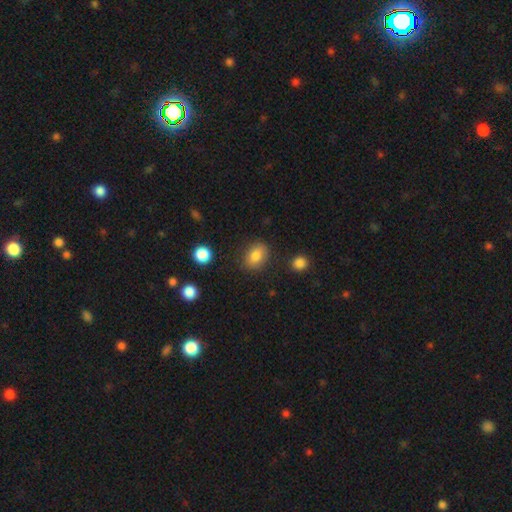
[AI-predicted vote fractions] Morphology: type=smooth (82%); roundness=in between (65%); merging=none (82%).